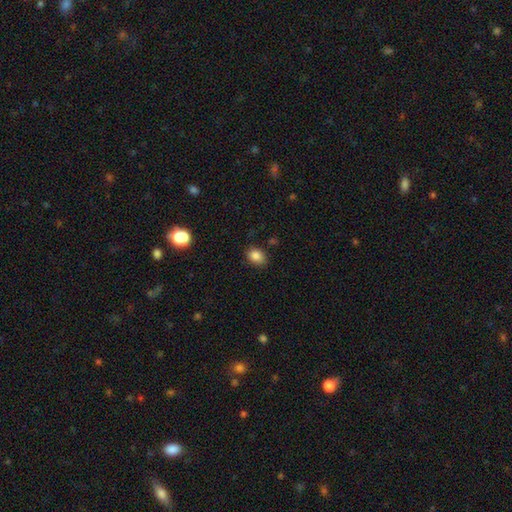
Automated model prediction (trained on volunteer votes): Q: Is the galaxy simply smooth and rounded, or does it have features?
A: smooth — 85%.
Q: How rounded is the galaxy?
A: in between — 58%.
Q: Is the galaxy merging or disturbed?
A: none — 83%.